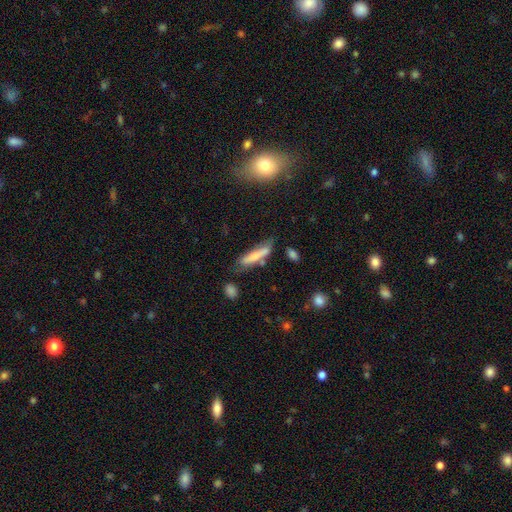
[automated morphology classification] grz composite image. It shows a smooth galaxy with no disk features (66%) that is cigar-shaped (77%). Merging: none (55%).